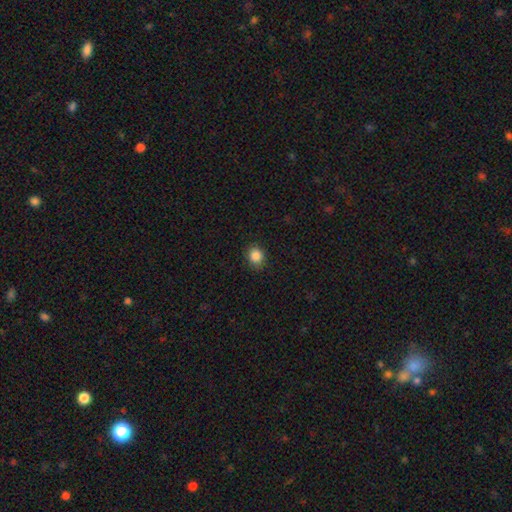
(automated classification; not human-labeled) The model was most divided on "how rounded": round: 70%, in between: 29%, cigar-shaped: 1%. More confident: merging — none (88%); smooth or featured — smooth (87%).